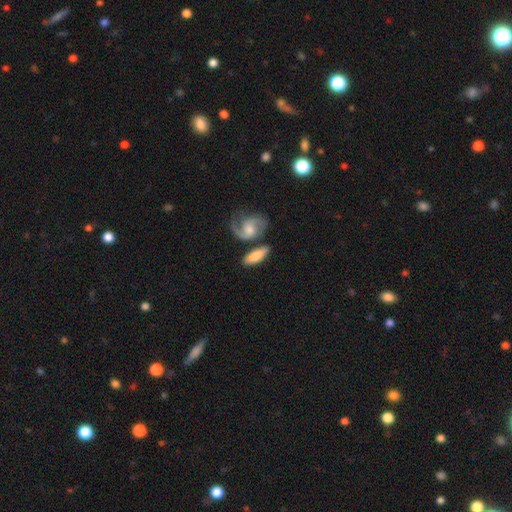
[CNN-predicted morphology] type=smooth (53%); roundness=in between (59%); merging=none (53%).